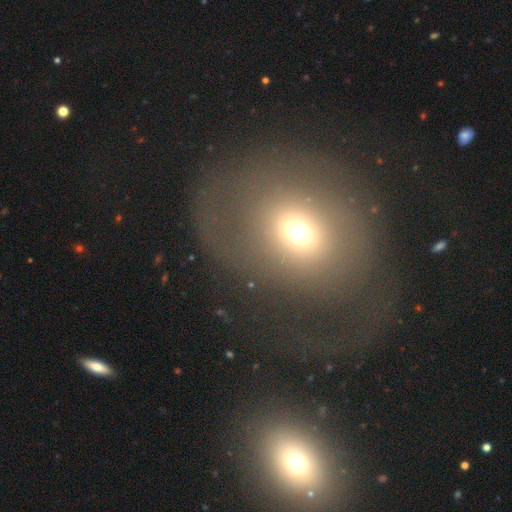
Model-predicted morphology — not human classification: smooth-or-featured: smooth: 49% | featured or disk: 35% | star or artifact: 16%
  merging: none: 52% | major disturbance: 22% | minor disturbance: 17% | merger: 10%